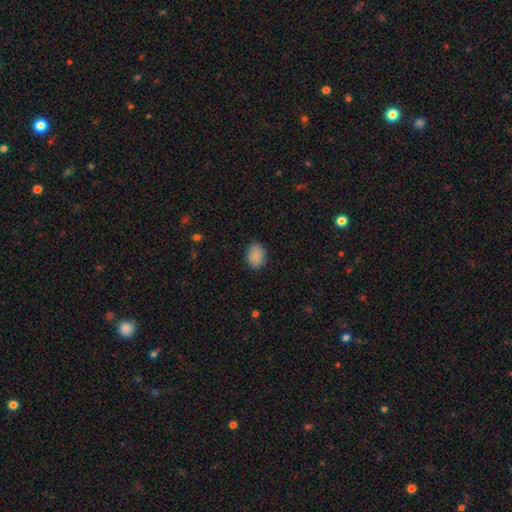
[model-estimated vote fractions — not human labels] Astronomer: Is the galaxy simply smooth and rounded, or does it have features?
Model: smooth — 89%.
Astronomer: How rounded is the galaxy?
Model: in between — 71%.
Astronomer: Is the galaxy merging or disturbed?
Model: none — 86%.